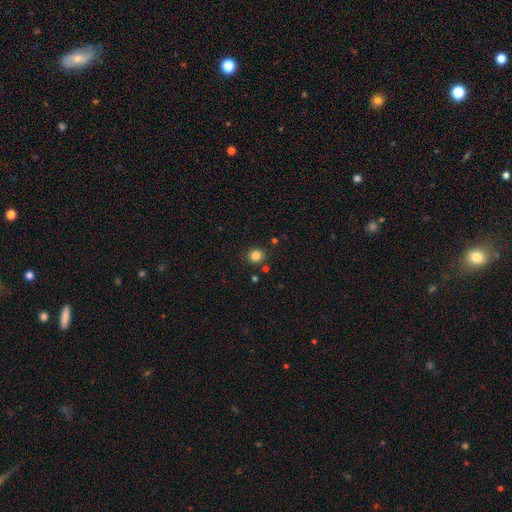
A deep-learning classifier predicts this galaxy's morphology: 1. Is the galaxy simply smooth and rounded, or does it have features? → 83% smooth, 13% star or artifact, 4% featured or disk.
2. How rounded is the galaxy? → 89% round, 11% in between, 1% cigar-shaped.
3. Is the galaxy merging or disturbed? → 87% none, 7% minor disturbance, 4% merger, 2% major disturbance.